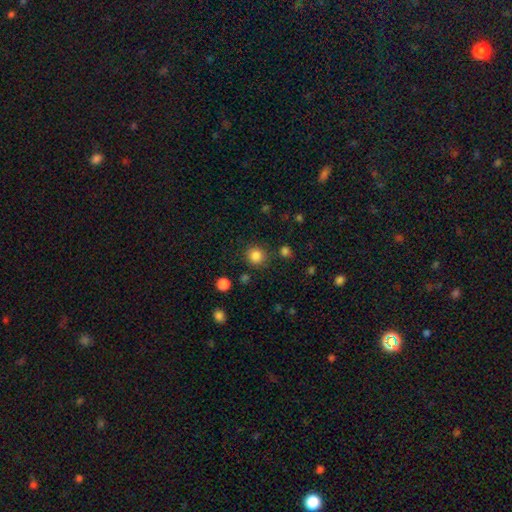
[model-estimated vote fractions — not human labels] This is clearly a smooth galaxy (84%). How rounded: clearly round (91%). Merging: clearly none (84%).